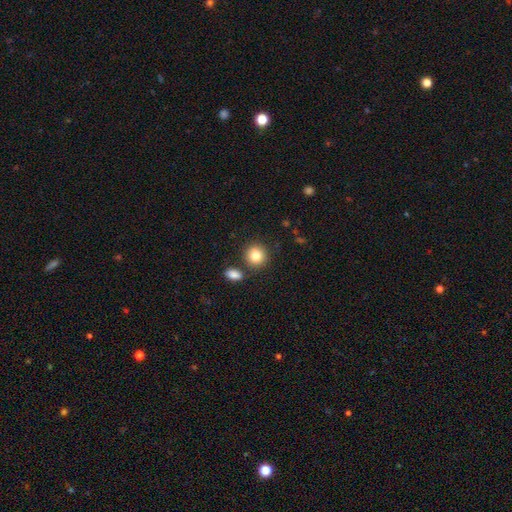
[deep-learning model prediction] Overall: smooth (84%). How rounded: round (86%). Merging: none (79%).